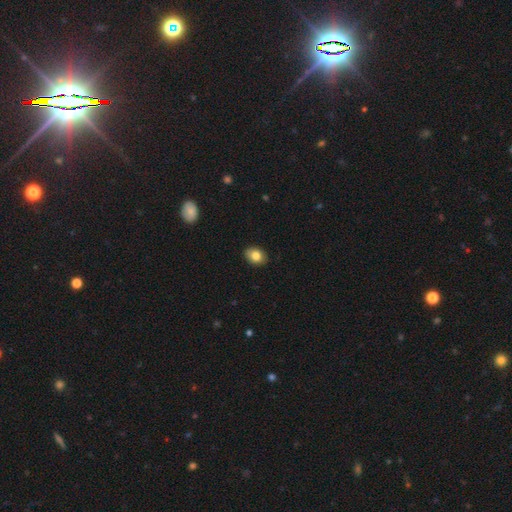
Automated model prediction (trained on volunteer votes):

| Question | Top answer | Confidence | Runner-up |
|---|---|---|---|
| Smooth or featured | smooth | 82% | featured or disk (10%) |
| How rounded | in between | 71% | round (28%) |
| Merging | none | 88% | minor disturbance (9%) |